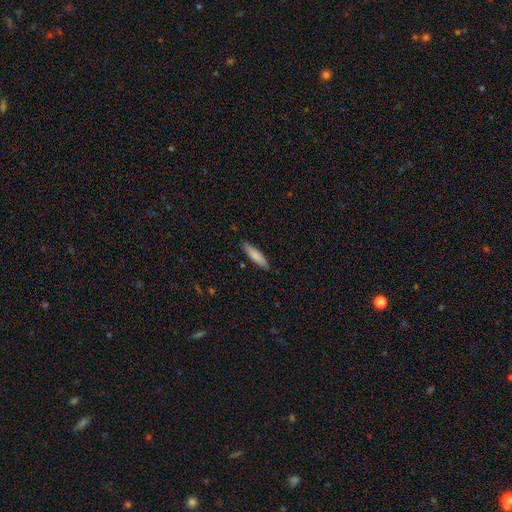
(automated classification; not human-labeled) Morphology: type=smooth (79%); roundness=cigar-shaped (79%); merging=none (88%).